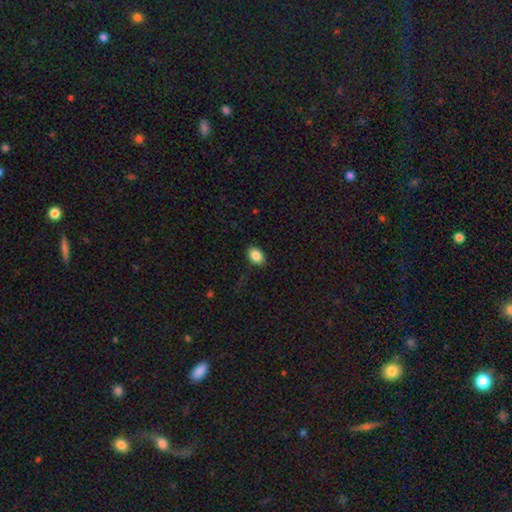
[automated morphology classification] smooth-or-featured: smooth: 85% | star or artifact: 9% | featured or disk: 6%
  how-rounded: in between: 80% | round: 19% | cigar-shaped: 1%
  merging: none: 85% | minor disturbance: 11% | major disturbance: 3% | merger: 1%